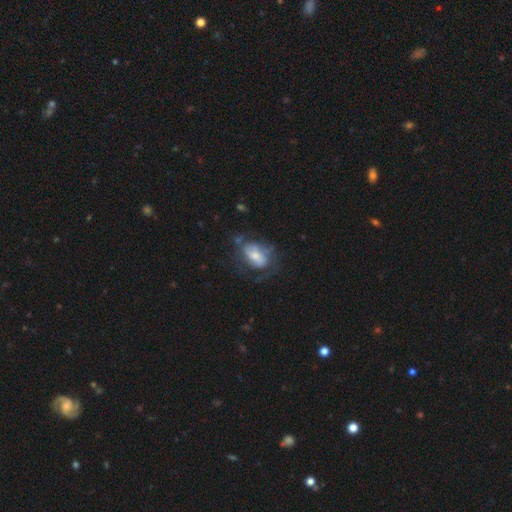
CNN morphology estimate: smooth-or-featured: featured or disk: 55% | smooth: 37% | star or artifact: 8%
  disk-edge-on: no: 95% | yes: 5%
    bar: no: 53% | weak: 34% | strong: 13%
    has-spiral-arms: yes: 69% | no: 31%
    bulge-size: moderate: 41% | small: 33% | large: 17% | none: 7% | dominant: 2%
  merging: none: 41% | major disturbance: 30% | minor disturbance: 25% | merger: 4%